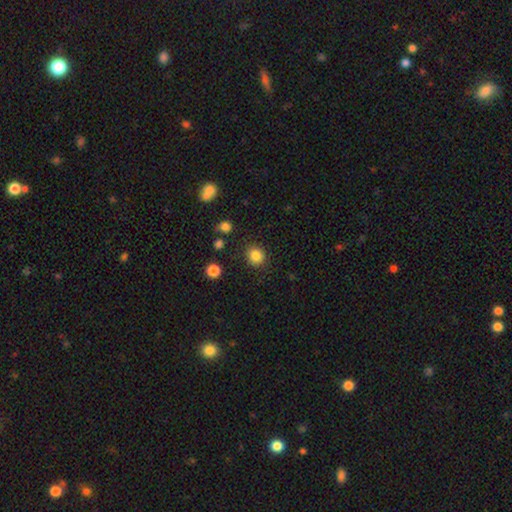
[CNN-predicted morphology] Smooth or featured? smooth (84%)
How rounded? round (85%)
Merging? none (87%)